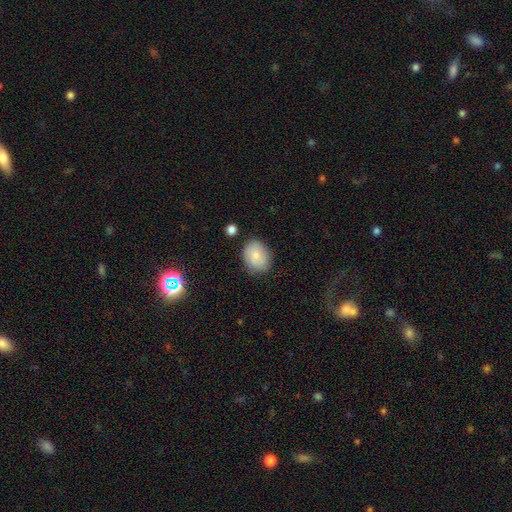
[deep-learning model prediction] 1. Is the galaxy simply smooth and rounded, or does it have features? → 77% smooth, 15% featured or disk, 7% star or artifact.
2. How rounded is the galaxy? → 57% in between, 42% round, 1% cigar-shaped.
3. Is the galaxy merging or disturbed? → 76% none, 17% minor disturbance, 4% major disturbance, 3% merger.